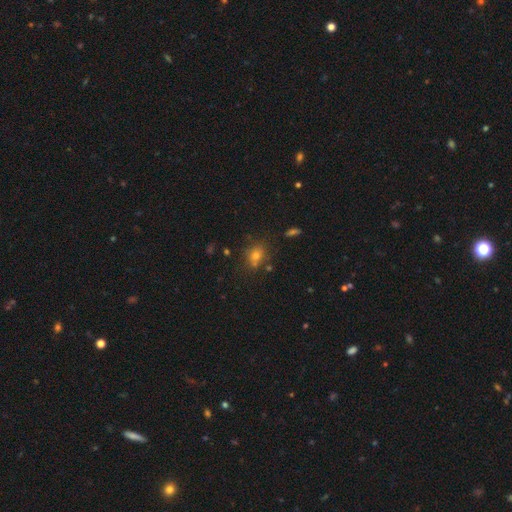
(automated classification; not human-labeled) Q: Smooth or featured?
A: smooth (66%); runner-up: star or artifact (23%)
Q: How rounded?
A: round (56%); runner-up: in between (42%)
Q: Merging?
A: none (72%); runner-up: minor disturbance (15%)